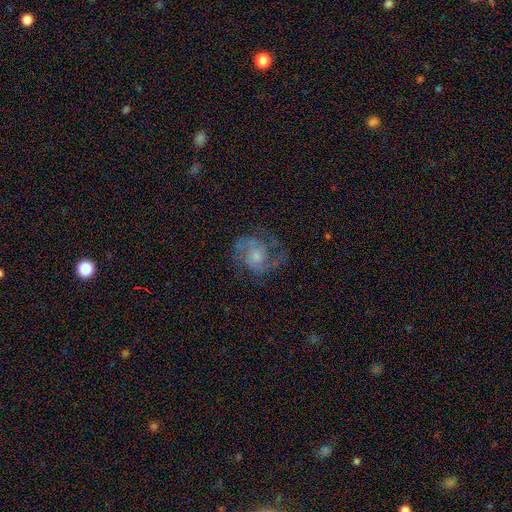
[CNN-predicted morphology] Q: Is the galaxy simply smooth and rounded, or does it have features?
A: featured or disk — 69%.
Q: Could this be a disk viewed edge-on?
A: no — 98%.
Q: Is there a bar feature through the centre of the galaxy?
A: no — 73%.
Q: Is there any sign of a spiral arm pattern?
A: yes — 85%.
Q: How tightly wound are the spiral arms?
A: medium — 49%.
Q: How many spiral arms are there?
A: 2 — 56%.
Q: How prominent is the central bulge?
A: small — 41%.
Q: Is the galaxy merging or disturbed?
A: none — 61%.